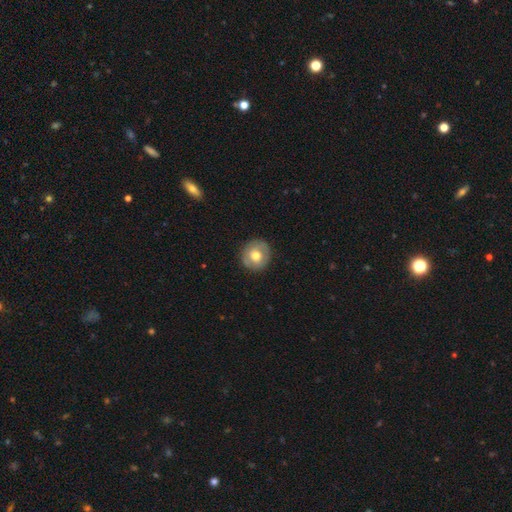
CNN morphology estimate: A smooth galaxy with no disk features (61%) that is round (92%). Merging: none (87%).